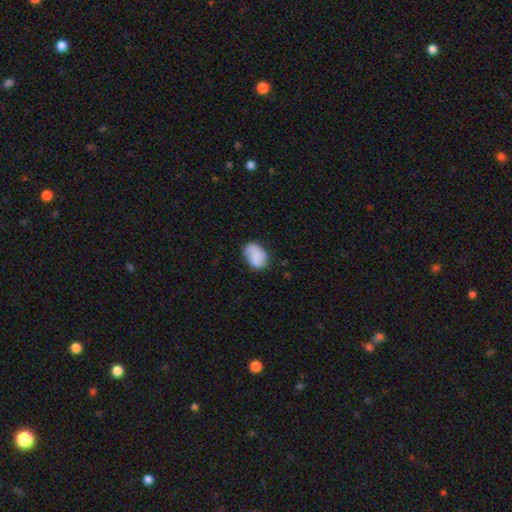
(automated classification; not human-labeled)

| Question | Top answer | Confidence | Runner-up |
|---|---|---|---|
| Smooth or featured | smooth | 72% | featured or disk (20%) |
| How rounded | in between | 78% | round (21%) |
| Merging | none | 62% | minor disturbance (27%) |